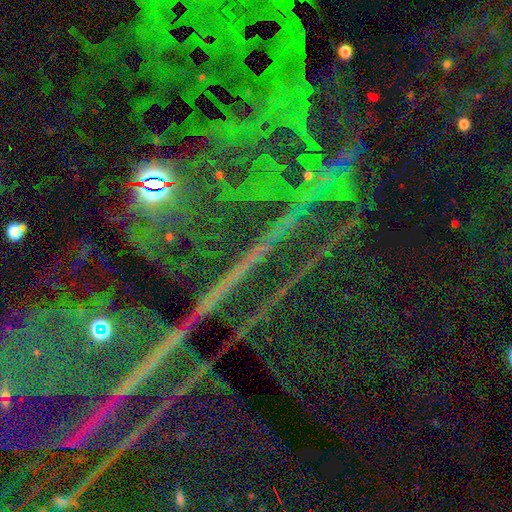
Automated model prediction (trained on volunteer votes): Smooth or featured? Predicted: star or artifact (p=0.85).